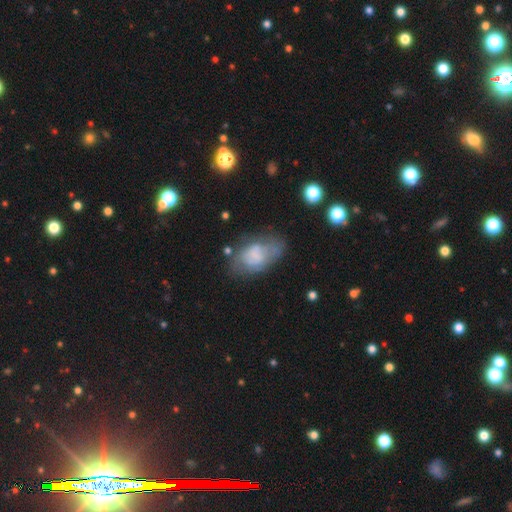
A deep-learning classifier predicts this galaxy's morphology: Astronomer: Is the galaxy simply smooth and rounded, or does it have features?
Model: smooth — 54% (runner-up: featured or disk, 37%).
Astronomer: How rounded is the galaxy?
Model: in between — 91%.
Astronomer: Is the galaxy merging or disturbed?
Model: none — 49% (runner-up: minor disturbance, 27%).